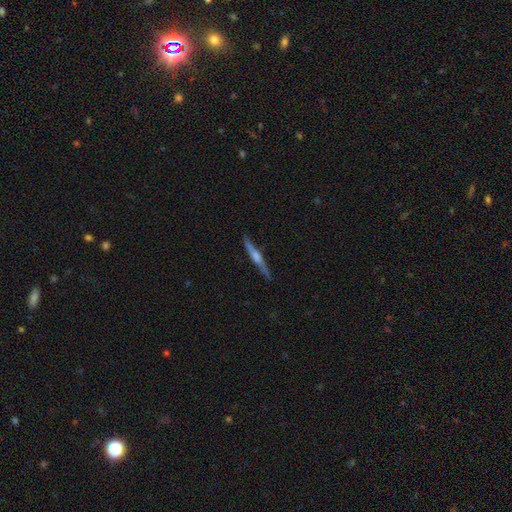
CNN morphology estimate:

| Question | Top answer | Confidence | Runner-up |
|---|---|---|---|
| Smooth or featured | featured or disk | 74% | smooth (20%) |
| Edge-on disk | yes | 98% | no (2%) |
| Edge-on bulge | rounded | 77% | boxy (13%) |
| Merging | none | 89% | minor disturbance (8%) |